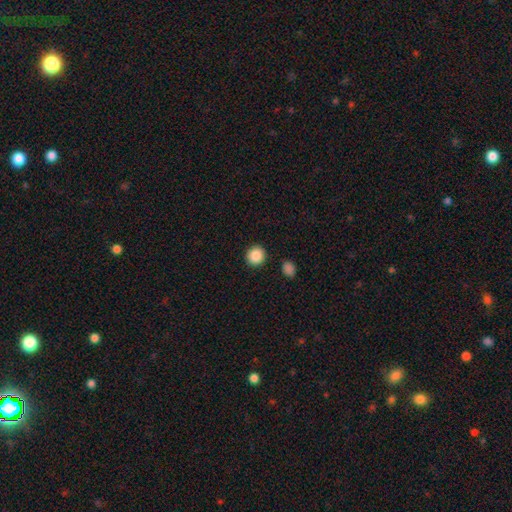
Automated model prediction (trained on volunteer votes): A smooth galaxy with no disk features (89%) that is round (91%). Merging: none (91%).